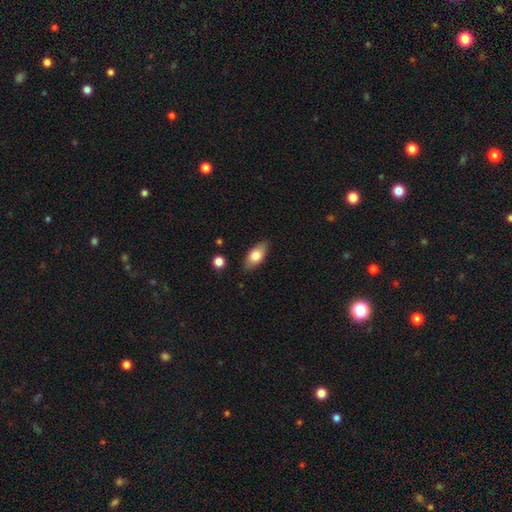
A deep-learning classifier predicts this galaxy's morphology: Smooth or featured?
  - smooth: 76% *
  - featured or disk: 17%
  - star or artifact: 7%
How rounded?
  - in between: 88% *
  - cigar-shaped: 8%
  - round: 4%
Merging?
  - none: 85% *
  - minor disturbance: 11%
  - major disturbance: 2%
  - merger: 2%